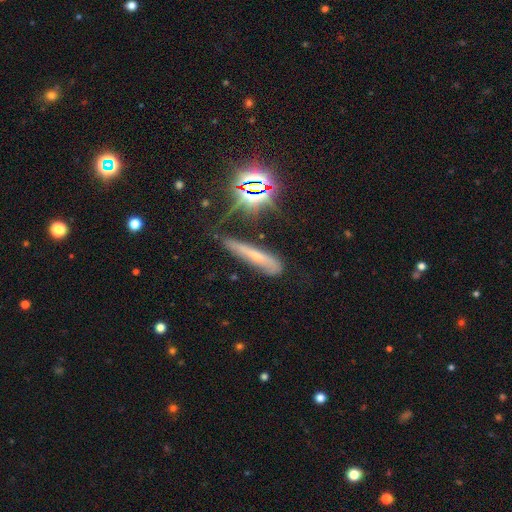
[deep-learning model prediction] A smooth galaxy with no disk features (41%).

Vote fractions:
- Smooth or featured? smooth: 41% / featured or disk: 33% / star or artifact: 27%
- Merging? none: 53% / minor disturbance: 28% / major disturbance: 14% / merger: 6%